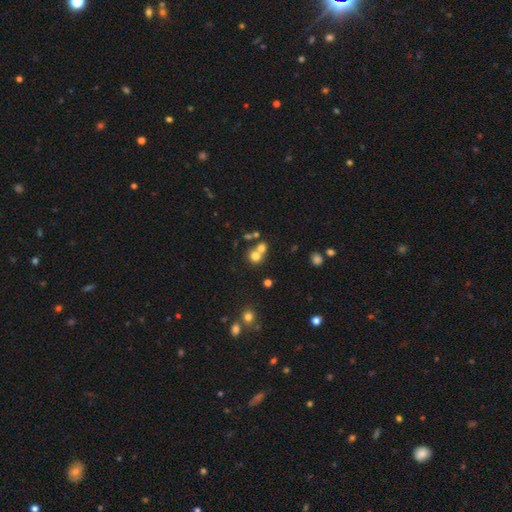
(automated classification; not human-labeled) Overall: smooth (71%). How rounded: round (83%). Merging: merger (47%; none 43%).